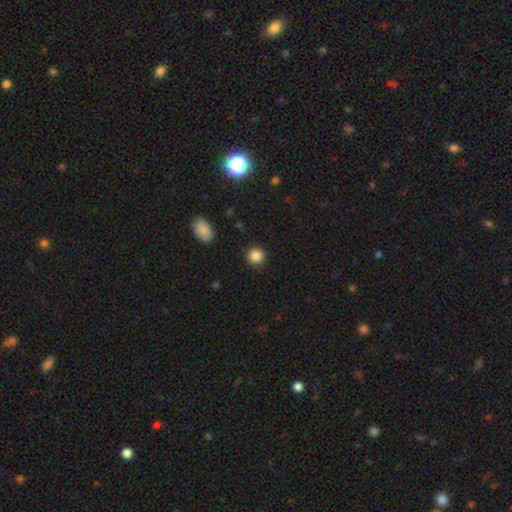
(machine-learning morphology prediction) Smooth or featured?
  - smooth: 86% *
  - star or artifact: 10%
  - featured or disk: 4%
How rounded?
  - round: 92% *
  - in between: 7%
  - cigar-shaped: 1%
Merging?
  - none: 91% *
  - minor disturbance: 6%
  - major disturbance: 2%
  - merger: 1%